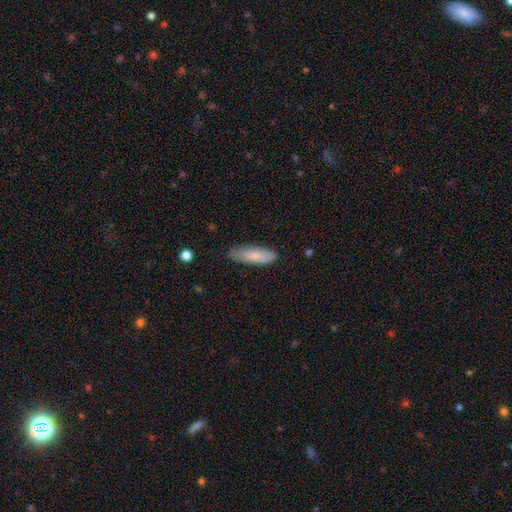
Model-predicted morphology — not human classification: This is likely a smooth galaxy (78%). How rounded: possibly cigar-shaped (51%). Merging: likely none (77%).